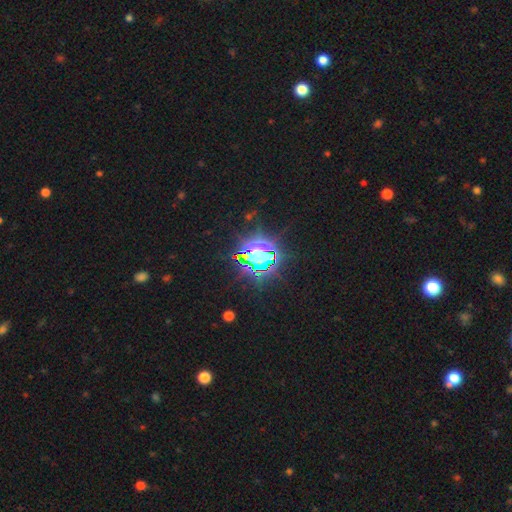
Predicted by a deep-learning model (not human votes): A star or artifact, not a galaxy (74%).